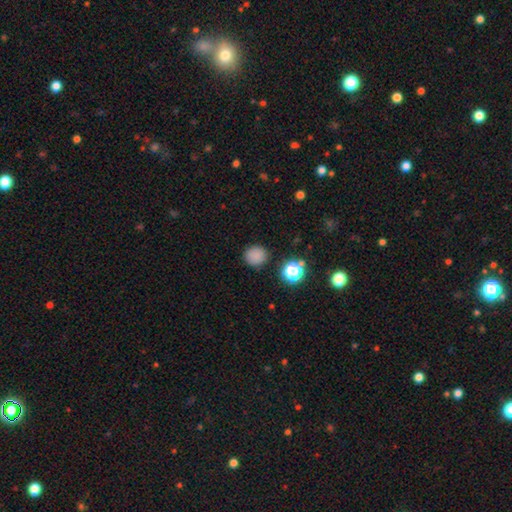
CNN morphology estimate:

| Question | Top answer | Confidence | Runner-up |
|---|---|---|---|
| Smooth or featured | smooth | 81% | star or artifact (15%) |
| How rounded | round | 89% | in between (10%) |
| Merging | none | 87% | minor disturbance (8%) |